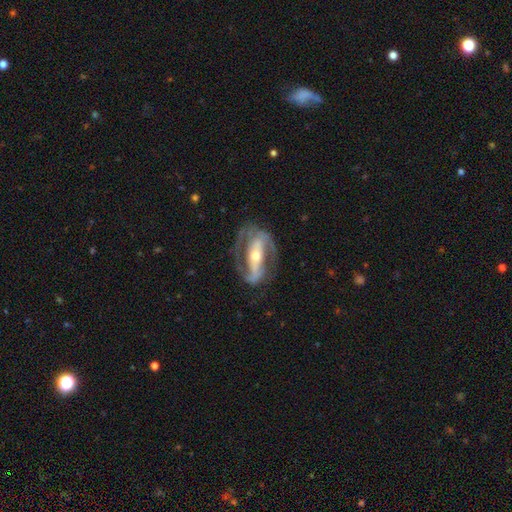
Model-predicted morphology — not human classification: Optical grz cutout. It shows a featured or disk galaxy (86%) with a strong bar (66%), 2 (86%) medium (46%) spiral arms (86%) and a moderate central bulge (52%). Merging: none (72%).